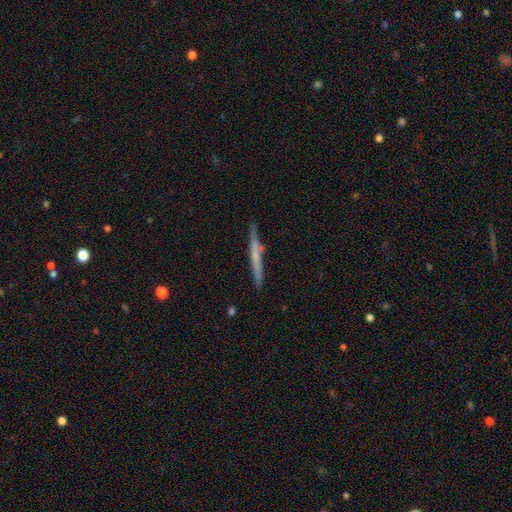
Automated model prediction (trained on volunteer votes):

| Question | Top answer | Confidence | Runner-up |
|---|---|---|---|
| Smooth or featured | featured or disk | 51% | smooth (43%) |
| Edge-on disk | yes | 95% | no (5%) |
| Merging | none | 83% | minor disturbance (12%) |